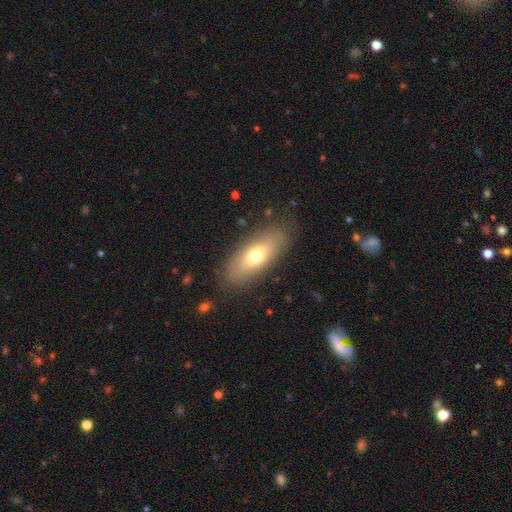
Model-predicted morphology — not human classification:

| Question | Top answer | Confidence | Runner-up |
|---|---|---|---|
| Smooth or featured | smooth | 66% | featured or disk (27%) |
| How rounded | in between | 71% | cigar-shaped (26%) |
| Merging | none | 85% | minor disturbance (11%) |